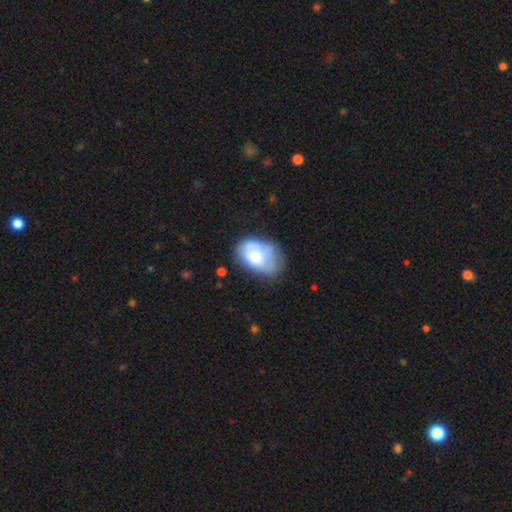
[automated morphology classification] This appears to be a smooth galaxy with no disk features (64%) that is in between round and cigar-shaped (86%). Merging: none (46%).